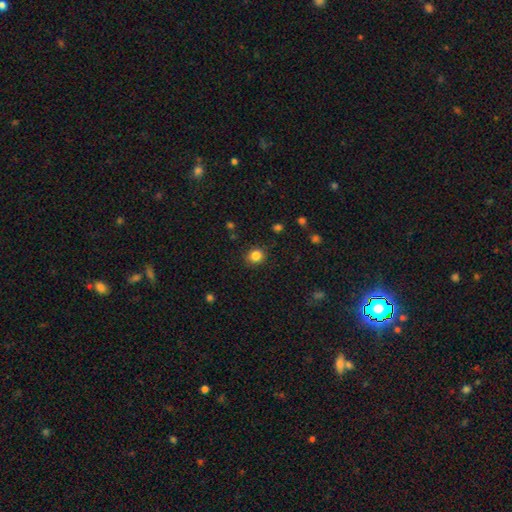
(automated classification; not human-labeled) Smooth or featured? Predicted: smooth (p=0.84). How rounded? Predicted: round (p=0.83). Merging? Predicted: none (p=0.88).